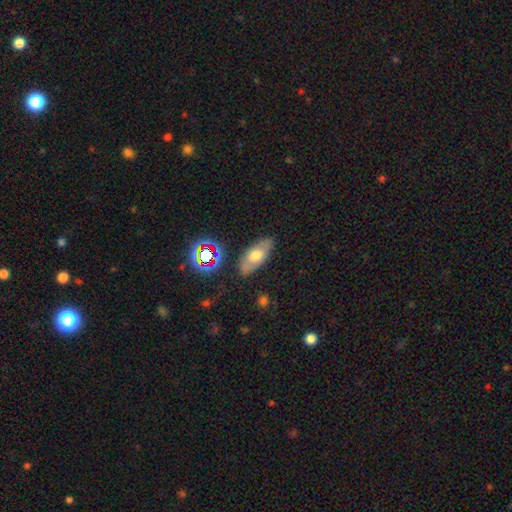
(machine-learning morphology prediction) A smooth galaxy with no disk features (56%) that is in between round and cigar-shaped (86%). Merging: none (80%).